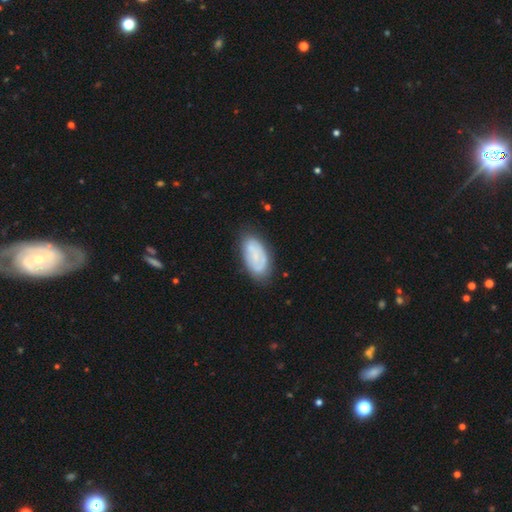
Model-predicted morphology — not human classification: Smooth or featured? Predicted: featured or disk (p=0.48). Merging? Predicted: none (p=0.74).